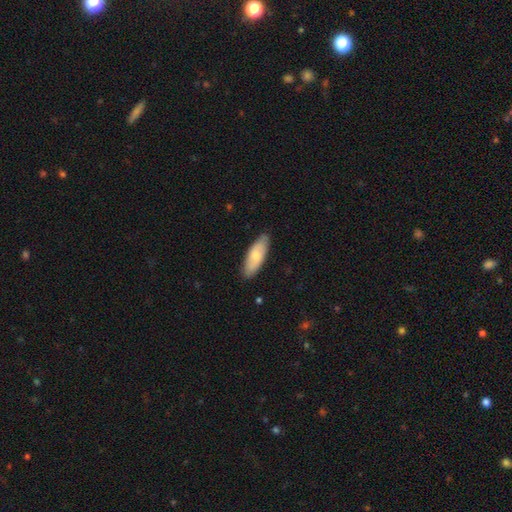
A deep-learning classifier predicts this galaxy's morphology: smooth 72%, featured or disk 23%, star or artifact 5%. Down the decision tree: how rounded — in between (67%); merging — none (83%).